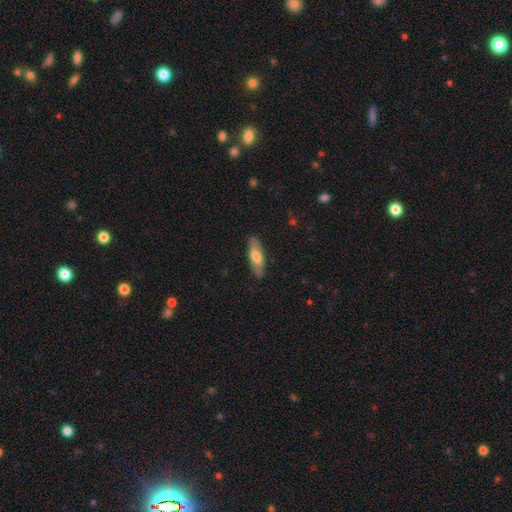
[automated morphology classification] smooth_or_featured: smooth (p=0.64) [alt: featured or disk p=0.30]
how_rounded: in between (p=0.57) [alt: cigar-shaped p=0.41]
merging: none (p=0.85) [alt: minor disturbance p=0.11]